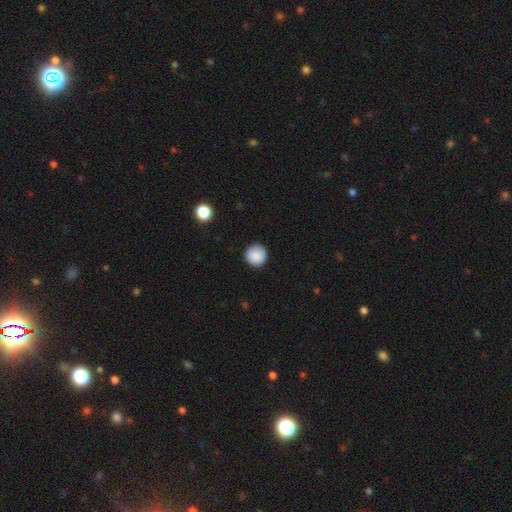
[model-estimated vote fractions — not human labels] Overall: smooth (87%). How rounded: round (95%). Merging: none (89%).